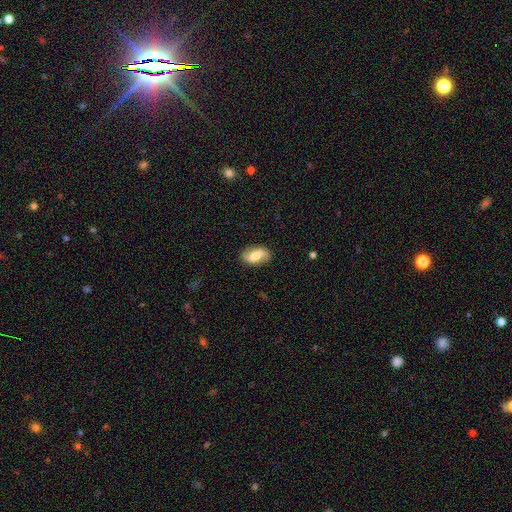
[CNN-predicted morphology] Overall: smooth (58%; featured or disk 34%). How rounded: in between (90%). Merging: none (81%).